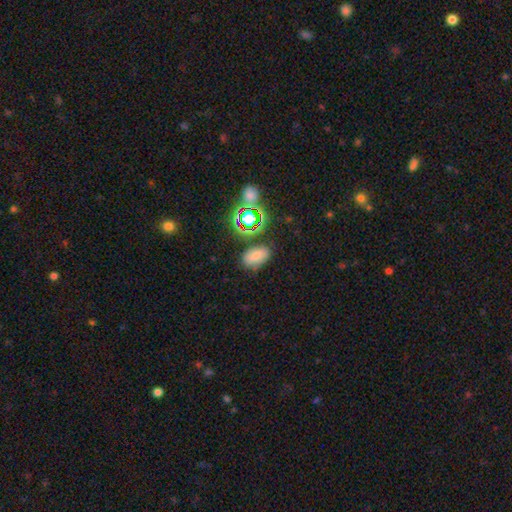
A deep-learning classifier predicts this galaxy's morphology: Smooth or featured?
  - smooth: 67% *
  - star or artifact: 22%
  - featured or disk: 11%
How rounded?
  - in between: 89% *
  - round: 9%
  - cigar-shaped: 2%
Merging?
  - none: 76% *
  - minor disturbance: 15%
  - major disturbance: 5%
  - merger: 5%